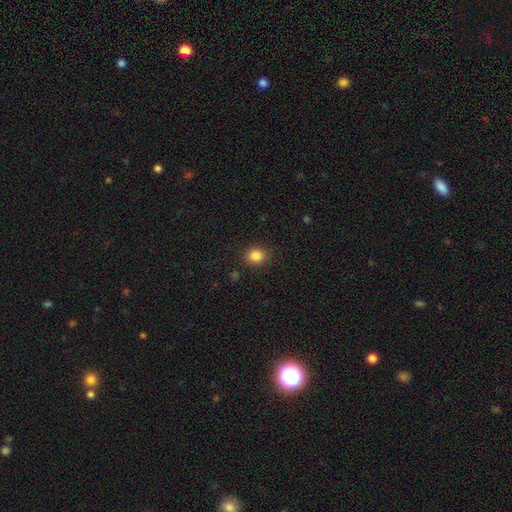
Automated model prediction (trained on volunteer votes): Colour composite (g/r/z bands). It shows a smooth galaxy with no disk features (86%) that is round (75%). Merging: none (88%).